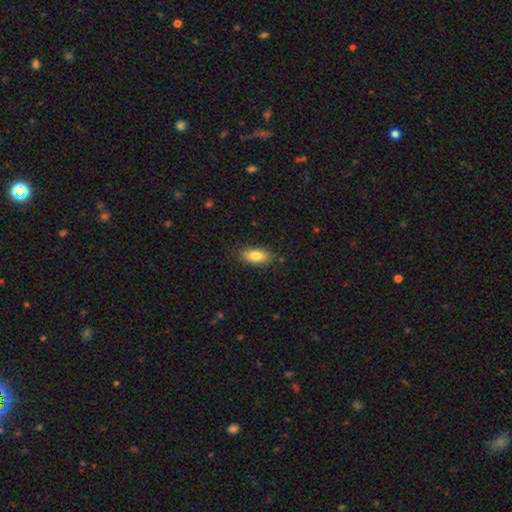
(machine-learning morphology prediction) Smooth or featured?
  - smooth: 81% *
  - featured or disk: 12%
  - star or artifact: 7%
How rounded?
  - in between: 87% *
  - cigar-shaped: 9%
  - round: 3%
Merging?
  - none: 85% *
  - minor disturbance: 11%
  - major disturbance: 2%
  - merger: 1%